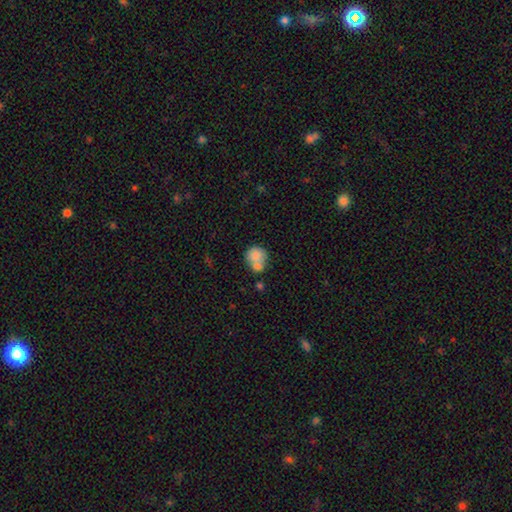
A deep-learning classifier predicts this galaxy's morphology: A smooth galaxy with no disk features (78%) that is round (81%).

Vote fractions:
- Smooth or featured? smooth: 78% / featured or disk: 13% / star or artifact: 8%
- How rounded? round: 81% / in between: 18% / cigar-shaped: 1%
- Merging? merger: 45% / none: 40% / minor disturbance: 11% / major disturbance: 4%